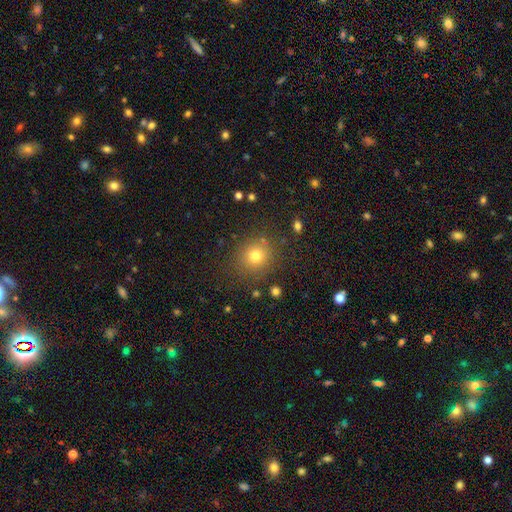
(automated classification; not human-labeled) smooth 76%, star or artifact 16%, featured or disk 8%. Down the decision tree: how rounded — round (87%); merging — none (84%).